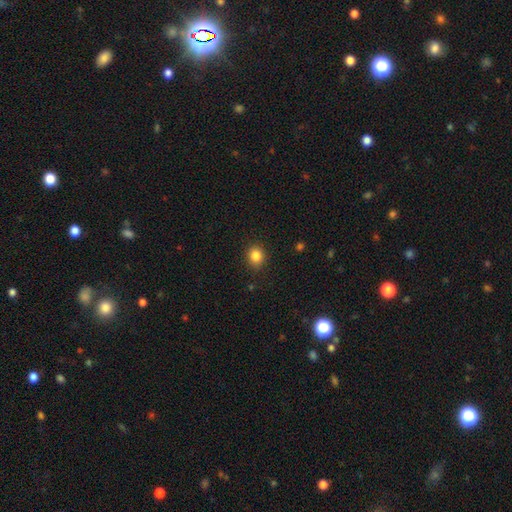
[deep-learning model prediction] Q: Smooth or featured?
A: smooth (85%); runner-up: star or artifact (11%)
Q: How rounded?
A: round (73%); runner-up: in between (26%)
Q: Merging?
A: none (89%); runner-up: minor disturbance (8%)